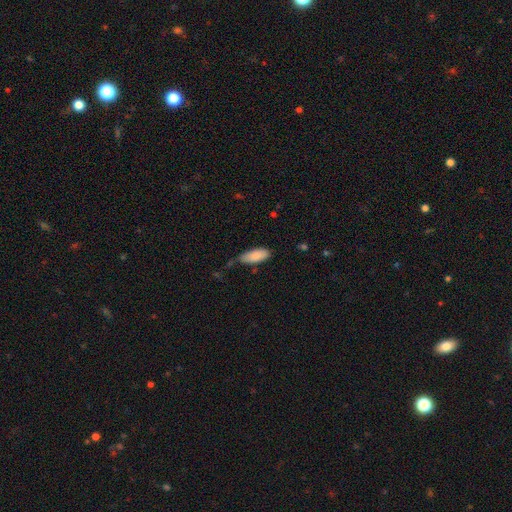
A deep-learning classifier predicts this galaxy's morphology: Smooth or featured: smooth — 87% (featured or disk — 7%)
How rounded: in between — 79% (cigar-shaped — 20%)
Merging: none — 63% (minor disturbance — 29%)